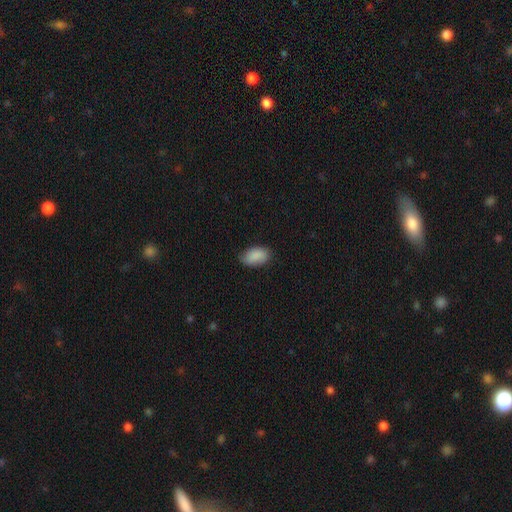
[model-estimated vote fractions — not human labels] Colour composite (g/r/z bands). It shows a smooth galaxy with no disk features (89%) that is in between round and cigar-shaped (92%). Merging: none (78%).